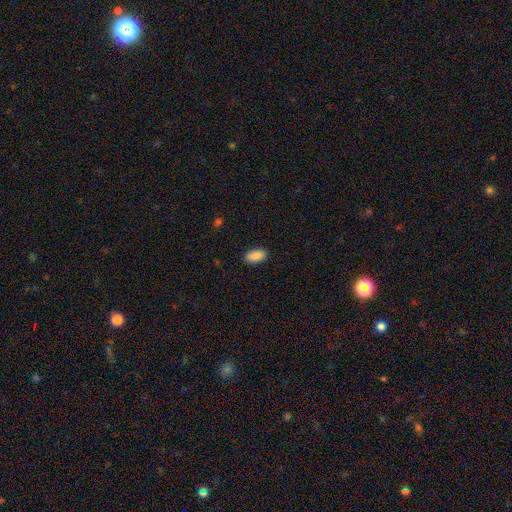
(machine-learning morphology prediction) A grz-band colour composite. It shows a smooth galaxy with no disk features (90%) that is in between round and cigar-shaped (94%). Merging: none (89%).